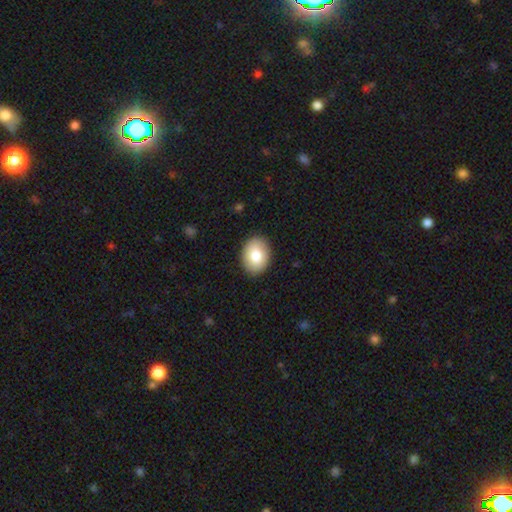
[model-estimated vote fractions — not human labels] This is clearly a smooth galaxy (82%). How rounded: likely in between (74%). Merging: clearly none (89%).